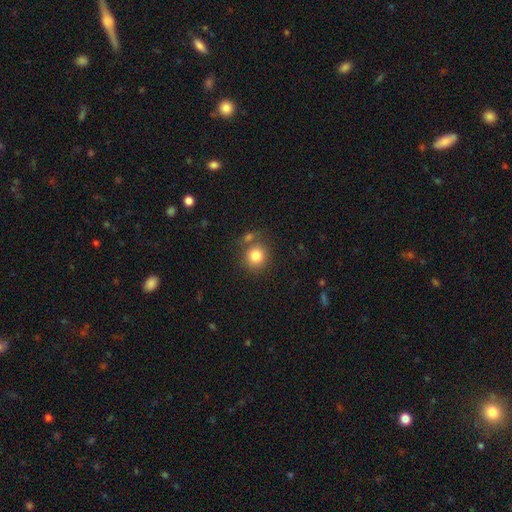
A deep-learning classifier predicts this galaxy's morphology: smooth 82%, star or artifact 11%, featured or disk 8%. Down the decision tree: how rounded — round (86%); merging — none (67%).